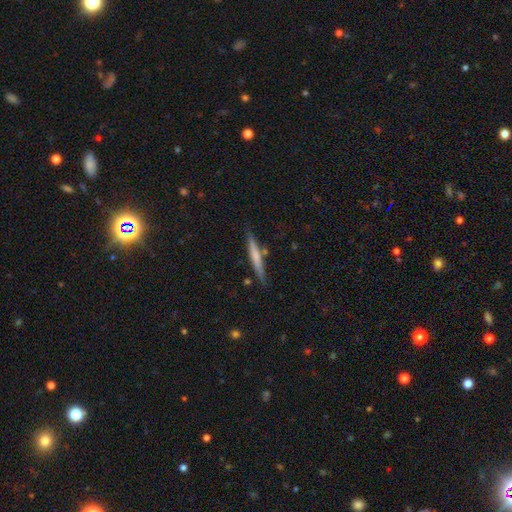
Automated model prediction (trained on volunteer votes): Smooth or featured? smooth (50%)
How rounded? cigar-shaped (95%)
Merging? none (80%)